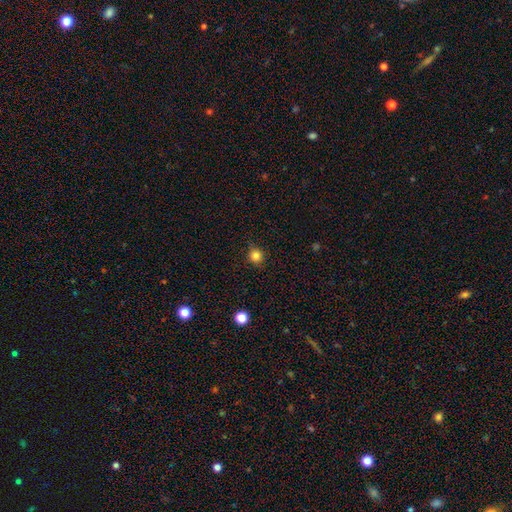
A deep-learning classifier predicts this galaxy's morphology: Smooth or featured?
  - smooth: 83% *
  - star or artifact: 13%
  - featured or disk: 4%
How rounded?
  - round: 91% *
  - in between: 8%
  - cigar-shaped: 1%
Merging?
  - none: 86% *
  - minor disturbance: 11%
  - major disturbance: 3%
  - merger: 1%